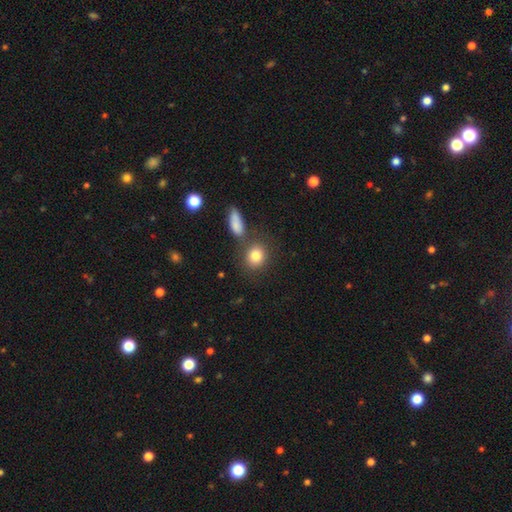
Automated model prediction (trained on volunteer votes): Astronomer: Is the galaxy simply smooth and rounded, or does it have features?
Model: smooth — 83%.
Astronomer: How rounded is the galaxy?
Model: round — 65%.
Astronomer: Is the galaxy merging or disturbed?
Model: none — 68%.